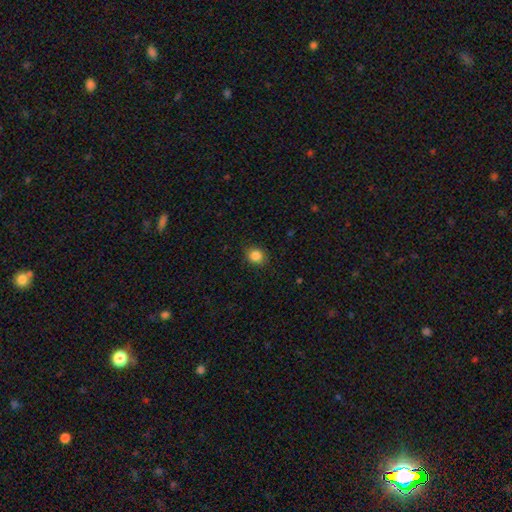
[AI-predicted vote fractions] smooth-or-featured: smooth: 85% | star or artifact: 11% | featured or disk: 4%
  how-rounded: round: 80% | in between: 19% | cigar-shaped: 1%
  merging: none: 89% | minor disturbance: 8% | major disturbance: 2% | merger: 1%